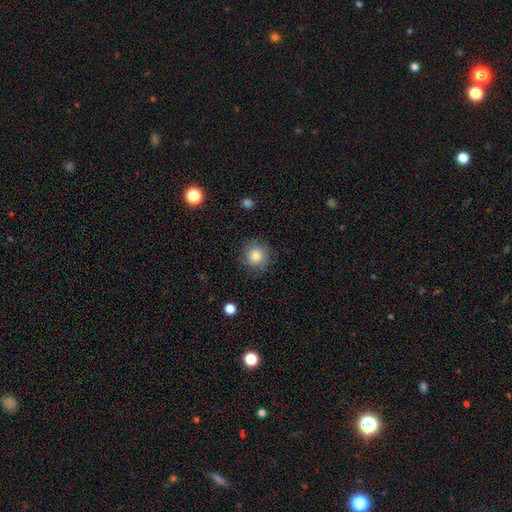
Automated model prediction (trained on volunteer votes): smooth 82%, featured or disk 9%, star or artifact 9%. Down the decision tree: how rounded — round (90%); merging — none (83%).